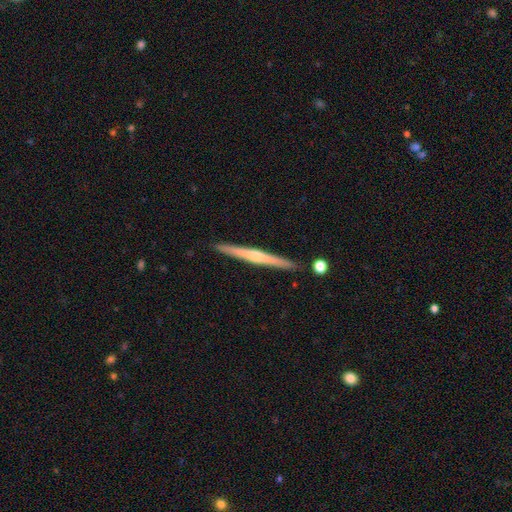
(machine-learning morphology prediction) A featured or disk galaxy (74%) viewed edge-on (98%) with a rounded central bulge (73%). Merging: none (90%).